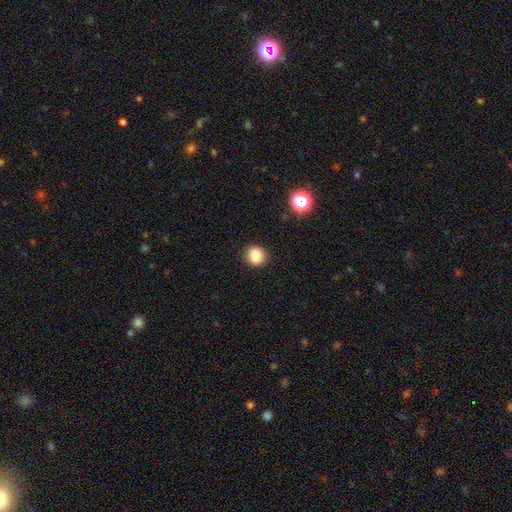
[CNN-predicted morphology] Smooth or featured? Predicted: smooth (p=0.85). How rounded? Predicted: round (p=0.85). Merging? Predicted: none (p=0.90).